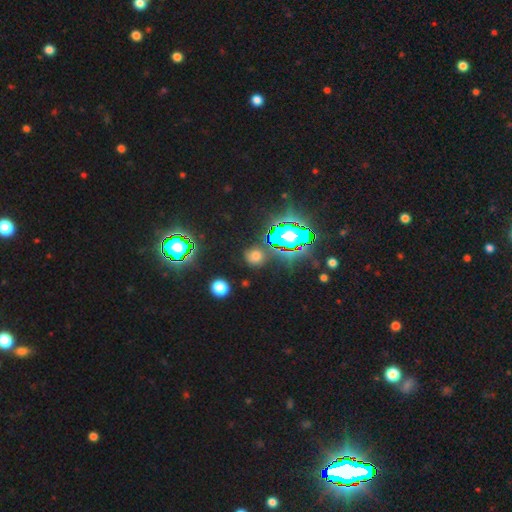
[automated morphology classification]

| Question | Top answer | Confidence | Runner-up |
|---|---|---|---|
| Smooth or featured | smooth | 49% | star or artifact (42%) |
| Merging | none | 82% | minor disturbance (9%) |